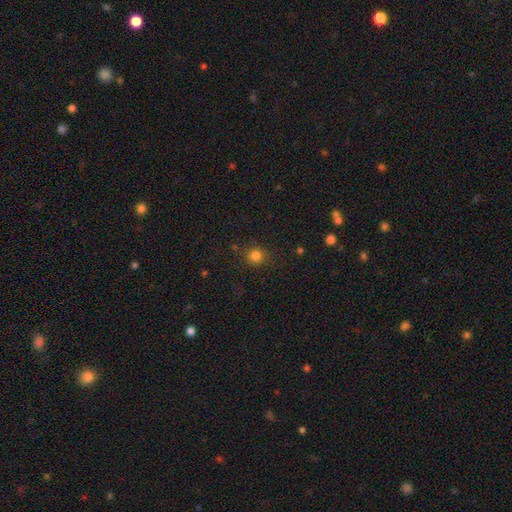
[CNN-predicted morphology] This is clearly a smooth galaxy (81%). How rounded: clearly round (88%). Merging: clearly none (85%).